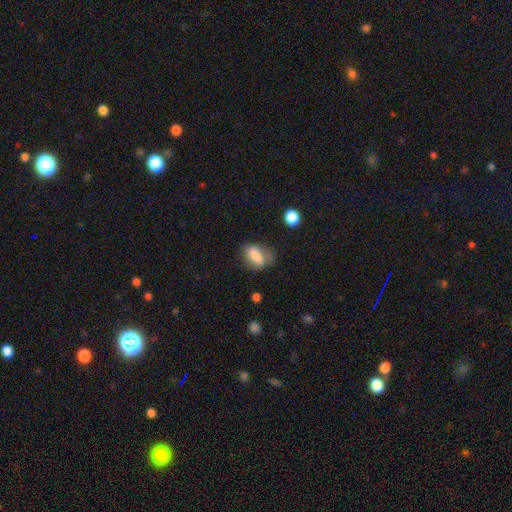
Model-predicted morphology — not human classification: smooth_or_featured: smooth (p=0.74) [alt: featured or disk p=0.18]
how_rounded: in between (p=0.83) [alt: round p=0.10]
merging: none (p=0.54) [alt: minor disturbance p=0.29]